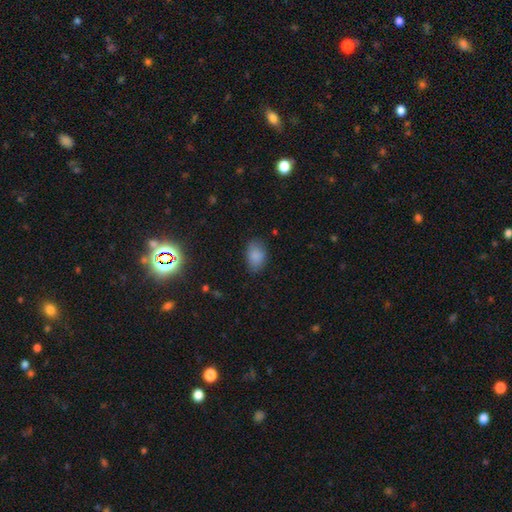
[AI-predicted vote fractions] smooth 85%, star or artifact 9%, featured or disk 6%. Down the decision tree: how rounded — in between (88%); merging — none (77%).